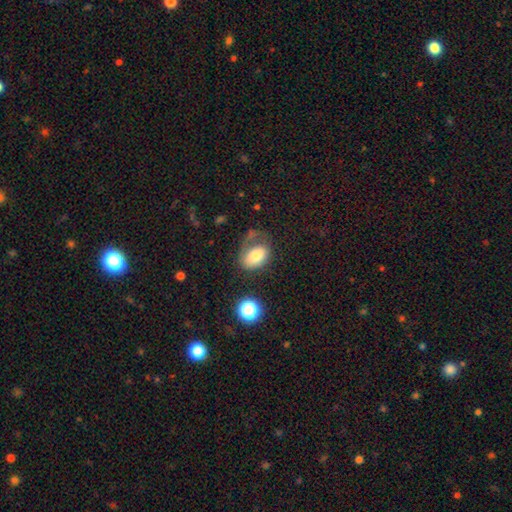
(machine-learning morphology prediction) Overall: smooth (73%). How rounded: in between (81%). Merging: none (40%; major disturbance 27%).